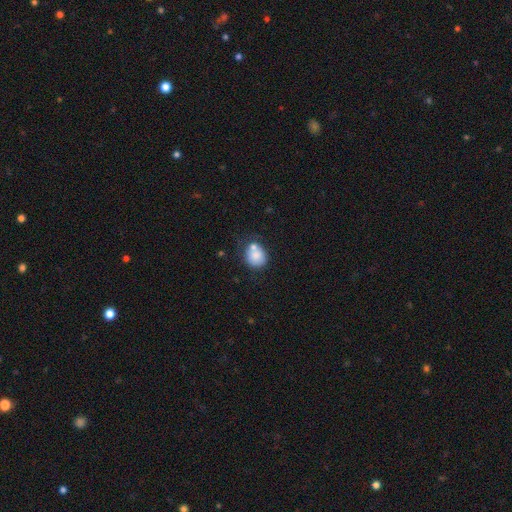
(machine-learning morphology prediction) The model was most divided on "merging": none: 50%, merger: 26%, minor disturbance: 18%, major disturbance: 6%. More confident: smooth or featured — smooth (80%); how rounded — round (71%).